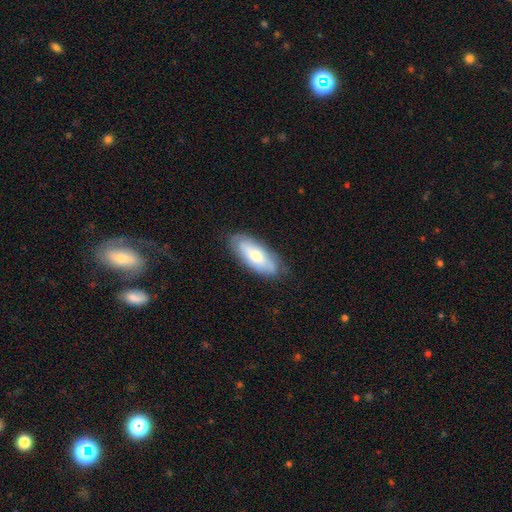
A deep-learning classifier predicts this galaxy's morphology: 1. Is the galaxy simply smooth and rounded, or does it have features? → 60% smooth, 34% featured or disk, 6% star or artifact.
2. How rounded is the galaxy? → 79% in between, 19% cigar-shaped, 2% round.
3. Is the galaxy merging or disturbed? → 81% none, 15% minor disturbance, 3% major disturbance, 1% merger.